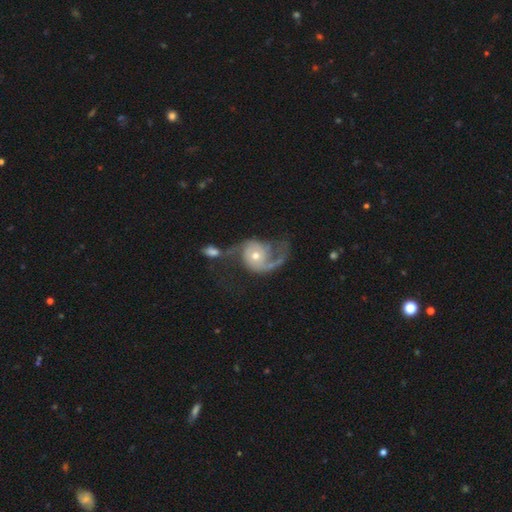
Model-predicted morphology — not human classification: Q: Smooth or featured?
A: featured or disk (81%); runner-up: smooth (13%)
Q: Edge-on disk?
A: no (97%); runner-up: yes (3%)
Q: Bar?
A: no (76%); runner-up: weak (20%)
Q: Spiral arms?
A: yes (92%); runner-up: no (8%)
Q: Spiral winding?
A: loose (53%); runner-up: medium (34%)
Q: Spiral arm count?
A: 2 (62%); runner-up: 1 (30%)
Q: Bulge size?
A: moderate (61%); runner-up: small (31%)
Q: Merging?
A: major disturbance (36%); runner-up: none (29%)